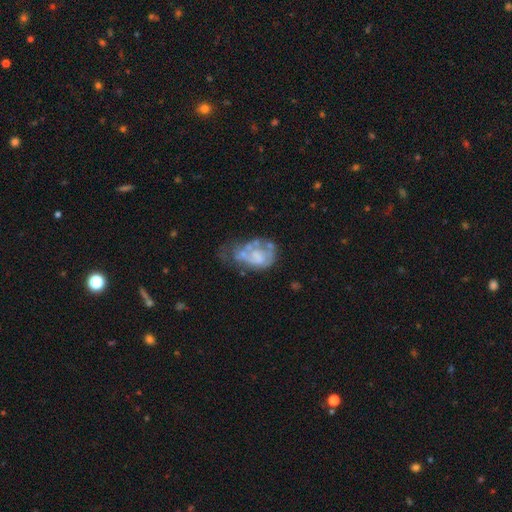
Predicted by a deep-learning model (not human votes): A featured or disk galaxy (58%) with no bar (87%), no spiral arms (81%) and no central bulge (50%). Merging: major disturbance (34%).